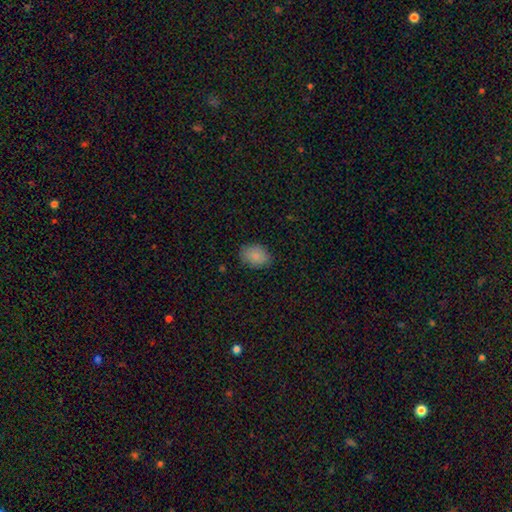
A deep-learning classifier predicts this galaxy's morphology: Smooth or featured: smooth — 87% (star or artifact — 8%)
How rounded: in between — 75% (round — 24%)
Merging: none — 83% (minor disturbance — 13%)